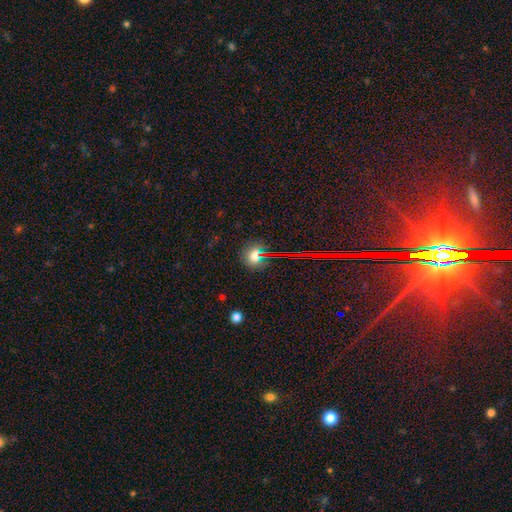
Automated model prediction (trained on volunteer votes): Smooth or featured? smooth (66%)
How rounded? round (66%)
Merging? none (75%)